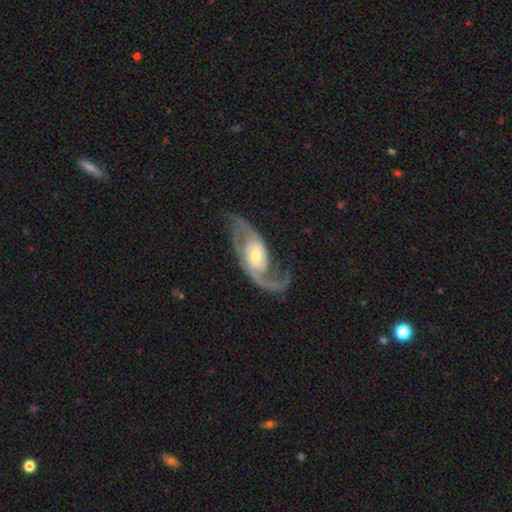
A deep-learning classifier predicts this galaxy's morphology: smooth-or-featured: featured or disk: 91% | smooth: 5% | star or artifact: 4%
  disk-edge-on: no: 96% | yes: 4%
    bar: no: 46% | weak: 38% | strong: 16%
    has-spiral-arms: yes: 97% | no: 3%
      spiral-winding: medium: 48% | loose: 35% | tight: 17%
      spiral-arm-count: 2: 89% | 1: 3% | 3: 3% | can't tell: 3% | 4: 1% | more than 4: 1%
    bulge-size: moderate: 62% | small: 29% | large: 6% | none: 1% | dominant: 1%
  merging: none: 72% | minor disturbance: 15% | major disturbance: 11% | merger: 2%